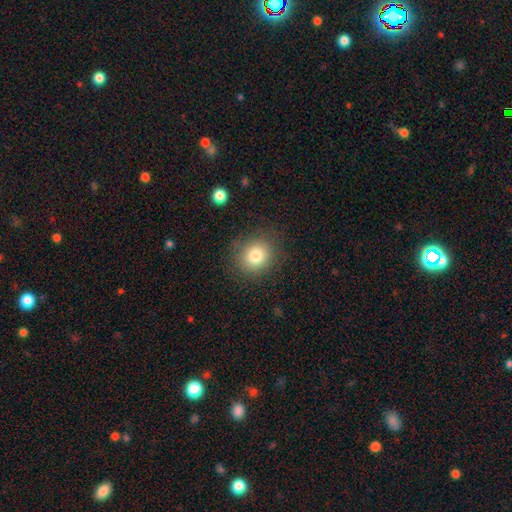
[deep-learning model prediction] A smooth galaxy with no disk features (80%) that is round (80%).

Vote fractions:
- Smooth or featured? smooth: 80% / star or artifact: 11% / featured or disk: 9%
- How rounded? round: 80% / in between: 19% / cigar-shaped: 1%
- Merging? none: 84% / minor disturbance: 10% / major disturbance: 4% / merger: 1%